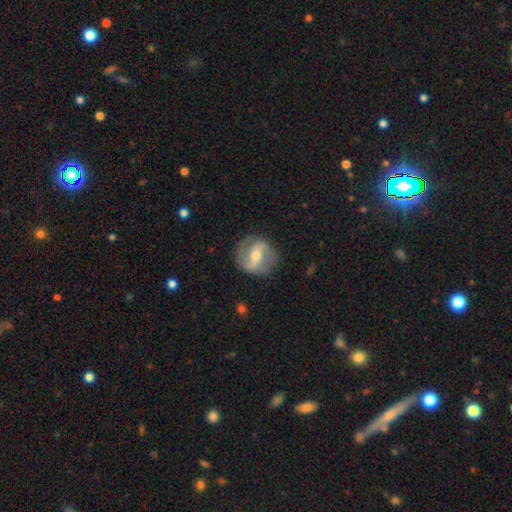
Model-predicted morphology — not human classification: Q: Smooth or featured?
A: featured or disk (73%); runner-up: smooth (21%)
Q: Edge-on disk?
A: no (96%); runner-up: yes (4%)
Q: Bar?
A: strong (42%); runner-up: weak (40%)
Q: Spiral arms?
A: yes (82%); runner-up: no (18%)
Q: Spiral winding?
A: medium (42%); runner-up: loose (37%)
Q: Spiral arm count?
A: 2 (88%); runner-up: can't tell (6%)
Q: Bulge size?
A: moderate (62%); runner-up: small (32%)
Q: Merging?
A: none (84%); runner-up: minor disturbance (10%)